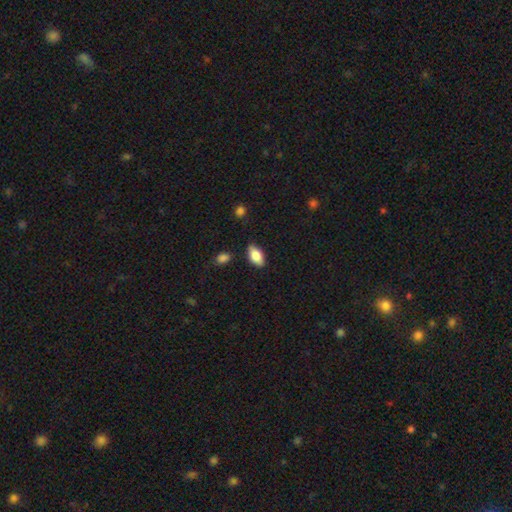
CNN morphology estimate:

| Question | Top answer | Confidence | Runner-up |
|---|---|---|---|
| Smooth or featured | smooth | 81% | featured or disk (12%) |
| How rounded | in between | 90% | cigar-shaped (5%) |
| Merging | none | 82% | minor disturbance (13%) |